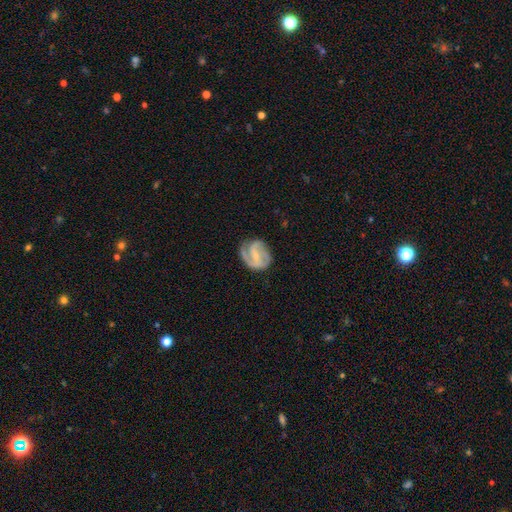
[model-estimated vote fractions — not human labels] The model was most divided on "bar": weak: 46%, no: 32%, strong: 23%. Remaining: edge-on disk — no (98%); spiral arms — yes (94%); smooth or featured — featured or disk (81%); bulge size — small (66%); merging — none (63%); spiral arm count — 2 (55%); spiral winding — medium (48%).